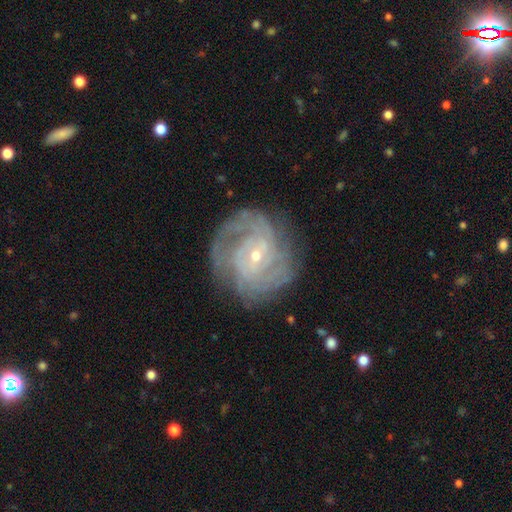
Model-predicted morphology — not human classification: This appears to be a featured or disk galaxy (86%) with no bar (48%), tight (68%) spiral arms (95%) and a small central bulge (74%). Merging: none (74%).